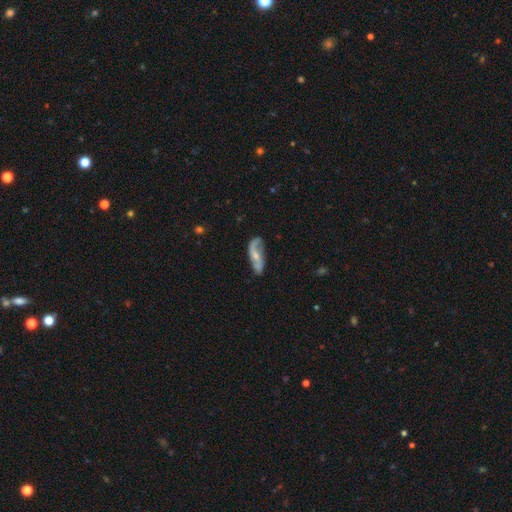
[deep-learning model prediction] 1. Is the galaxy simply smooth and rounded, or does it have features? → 72% featured or disk, 23% smooth, 6% star or artifact.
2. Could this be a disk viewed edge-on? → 91% no, 9% yes.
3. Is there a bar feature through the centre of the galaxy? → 44% no, 38% weak, 18% strong.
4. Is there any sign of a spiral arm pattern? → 90% yes, 10% no.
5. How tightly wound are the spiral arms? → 70% loose, 22% medium, 8% tight.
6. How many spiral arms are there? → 85% 2, 6% 1, 6% can't tell, 1% 3, 1% 4, 1% more than 4.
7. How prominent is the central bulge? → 52% small, 38% moderate, 7% none, 2% large, 1% dominant.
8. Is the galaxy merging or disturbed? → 64% none, 23% minor disturbance, 10% major disturbance, 3% merger.